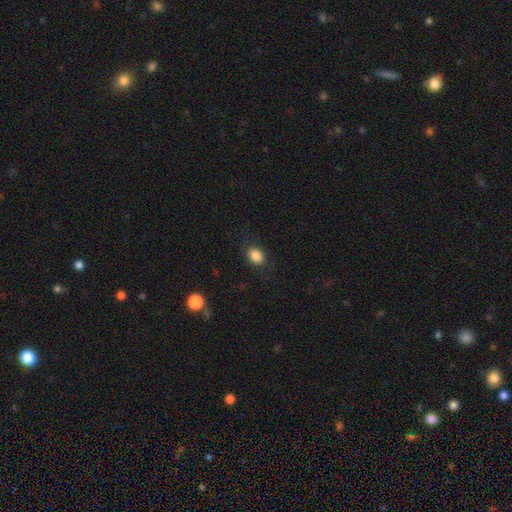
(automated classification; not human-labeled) Smooth or featured? Predicted: smooth (p=0.85). How rounded? Predicted: in between (p=0.66). Merging? Predicted: none (p=0.81).